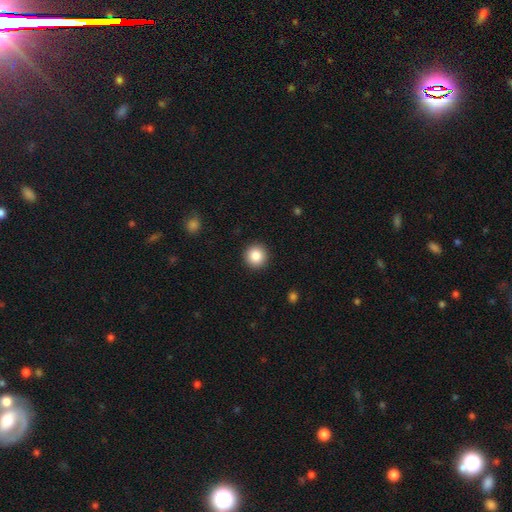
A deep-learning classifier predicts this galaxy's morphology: Smooth or featured? Predicted: smooth (p=0.86). How rounded? Predicted: round (p=0.95). Merging? Predicted: none (p=0.92).